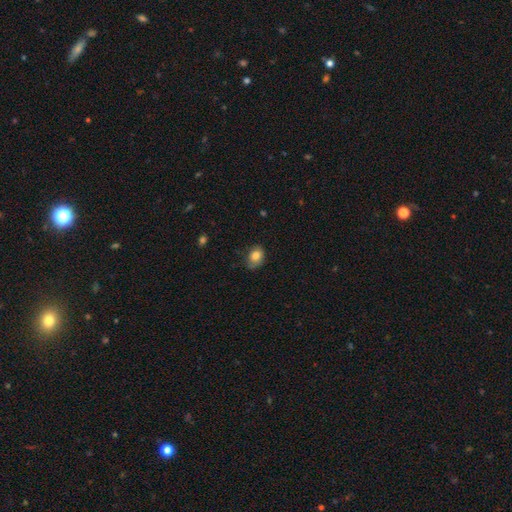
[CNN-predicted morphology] The model was most divided on "how rounded": in between: 66%, round: 33%, cigar-shaped: 1%. More confident: smooth or featured — smooth (81%); merging — none (63%).